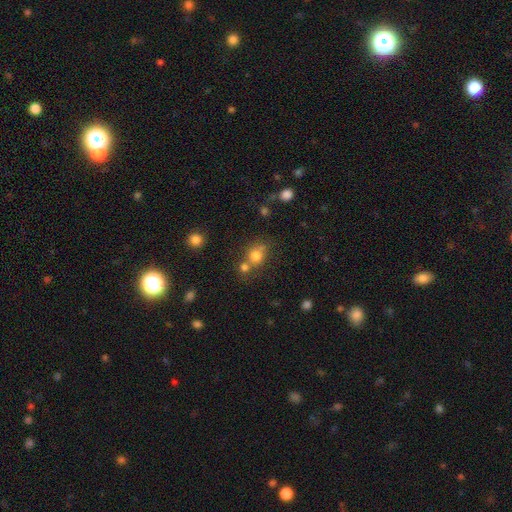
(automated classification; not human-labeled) Smooth or featured: smooth — 77% (star or artifact — 14%)
How rounded: round — 76% (in between — 23%)
Merging: none — 48% (merger — 34%)